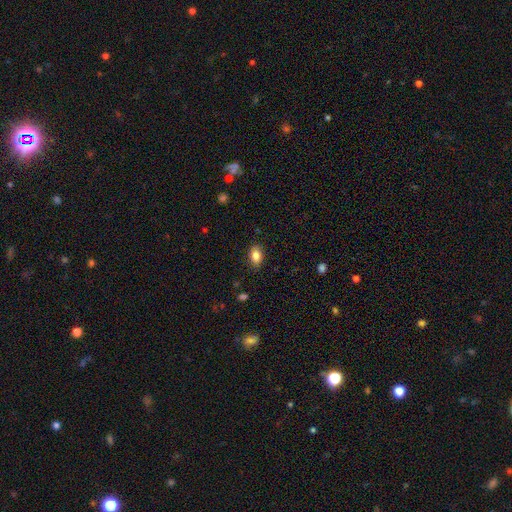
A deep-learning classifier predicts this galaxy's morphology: type=smooth (84%); roundness=in between (85%); merging=none (86%).